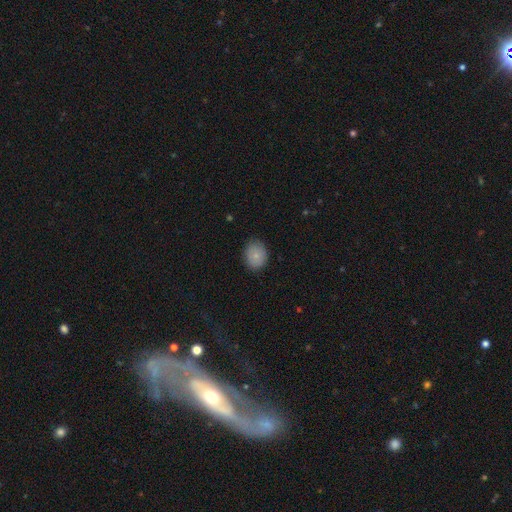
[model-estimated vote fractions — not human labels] Smooth or featured: smooth — 82% (featured or disk — 10%)
How rounded: round — 54% (in between — 45%)
Merging: none — 82% (minor disturbance — 14%)